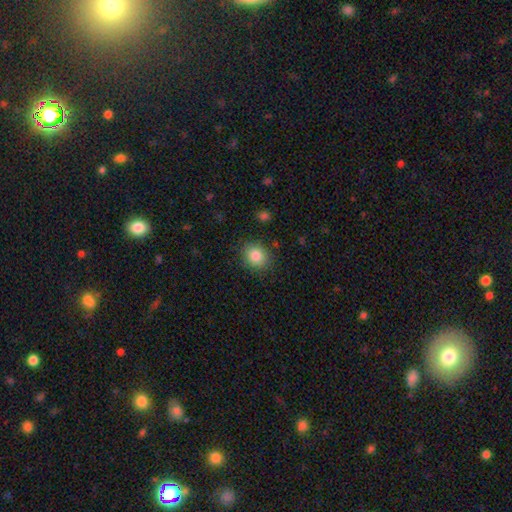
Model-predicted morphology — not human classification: Overall: smooth (85%). How rounded: round (66%; in between 33%). Merging: none (86%).